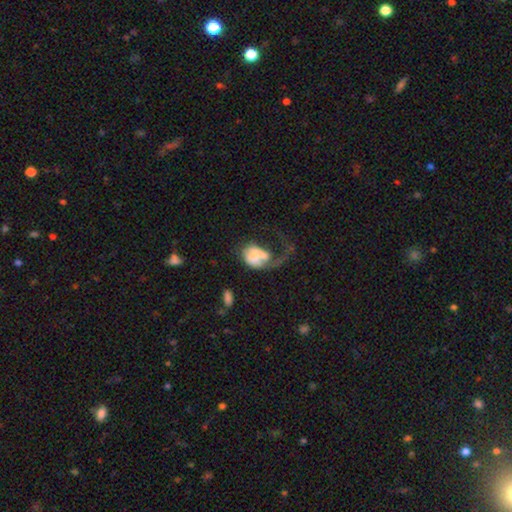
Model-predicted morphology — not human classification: type=smooth (48%); merging=major disturbance (64%).